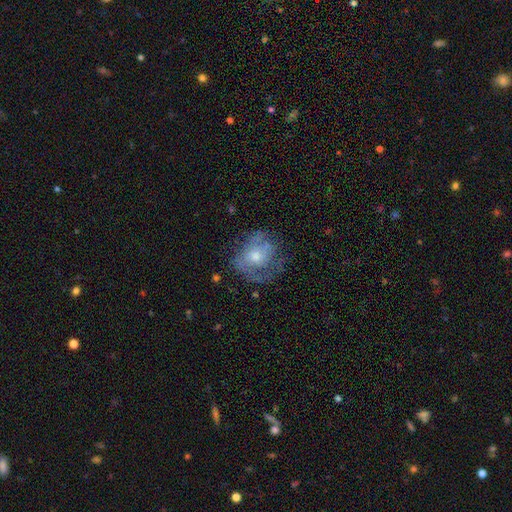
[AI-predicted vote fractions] Smooth or featured? Predicted: featured or disk (p=0.59). Edge-on disk? Predicted: no (p=0.97). Bar? Predicted: no (p=0.81). Spiral arms? Predicted: yes (p=0.56). Bulge size? Predicted: moderate (p=0.59). Merging? Predicted: none (p=0.55).